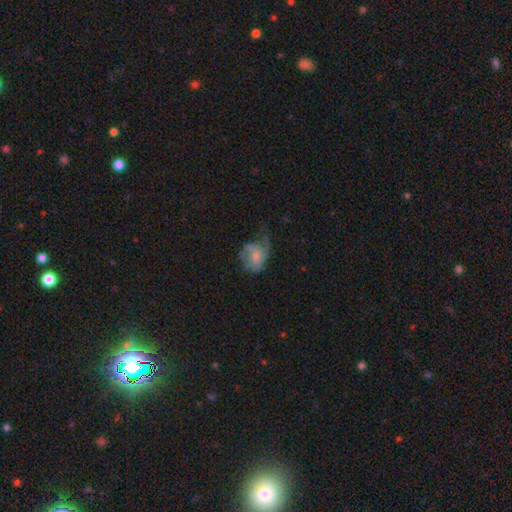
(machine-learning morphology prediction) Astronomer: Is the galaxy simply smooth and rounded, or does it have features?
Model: featured or disk — 49% (runner-up: smooth, 43%).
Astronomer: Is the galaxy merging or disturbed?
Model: major disturbance — 39% (runner-up: none, 29%).